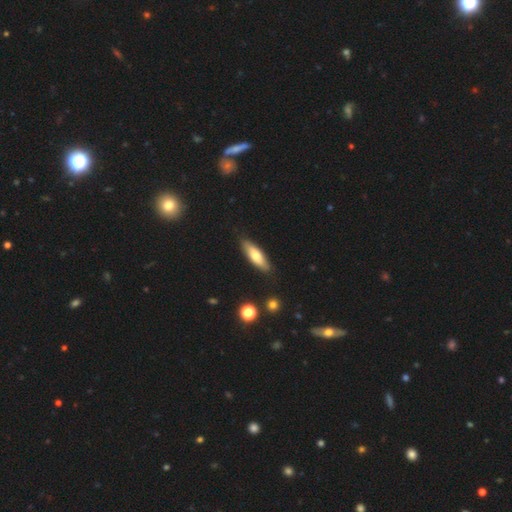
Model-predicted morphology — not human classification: Overall: smooth (67%; featured or disk 28%). How rounded: cigar-shaped (49%, tied with in between). Merging: none (86%).